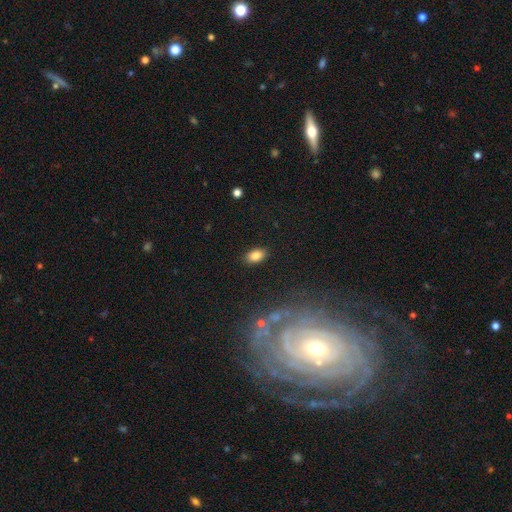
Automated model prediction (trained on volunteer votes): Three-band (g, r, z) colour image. It shows a smooth galaxy with no disk features (85%) that is in between round and cigar-shaped (90%). Merging: none (88%).